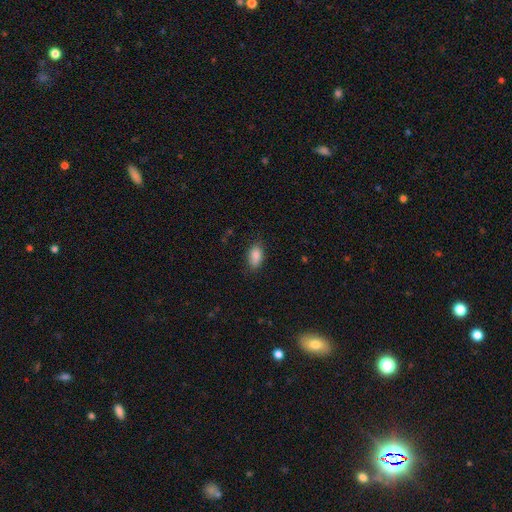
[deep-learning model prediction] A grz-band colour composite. It shows a smooth galaxy with no disk features (87%) that is in between round and cigar-shaped (91%). Merging: none (81%).